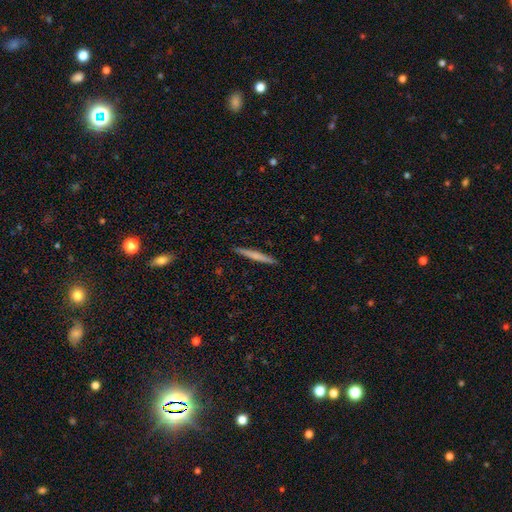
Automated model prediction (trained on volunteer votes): A smooth galaxy with no disk features (59%) that is cigar-shaped (96%). Merging: none (92%).